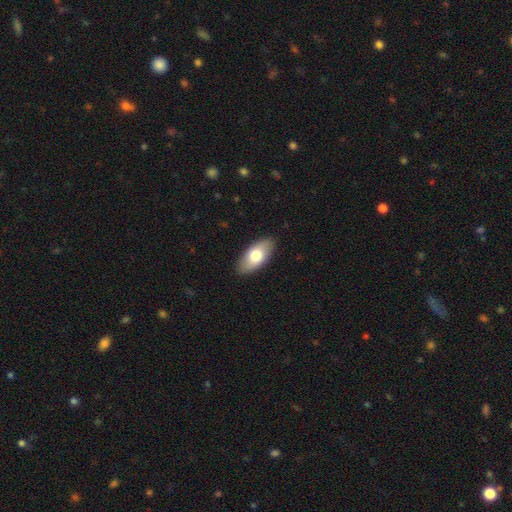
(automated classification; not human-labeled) A smooth galaxy with no disk features (73%) that is in between round and cigar-shaped (91%). Merging: none (89%).